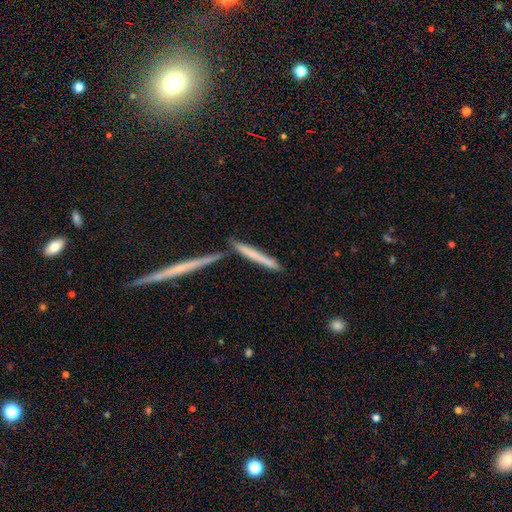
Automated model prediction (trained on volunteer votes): The model was most divided on "smooth or featured": smooth: 60%, featured or disk: 33%, star or artifact: 7%. More confident: how rounded — cigar-shaped (95%); merging — none (75%).